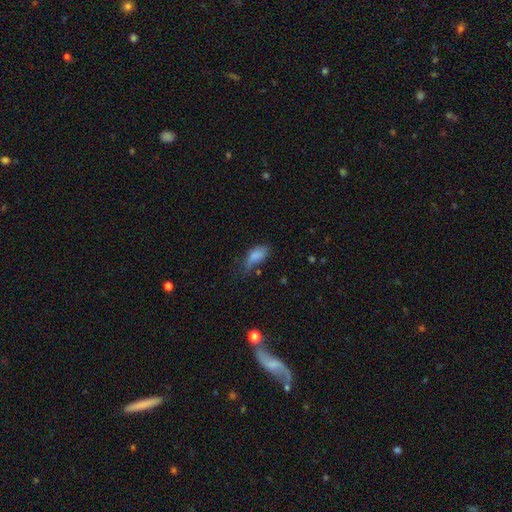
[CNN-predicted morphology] Smooth or featured? smooth (81%)
How rounded? in between (88%)
Merging? minor disturbance (40%)